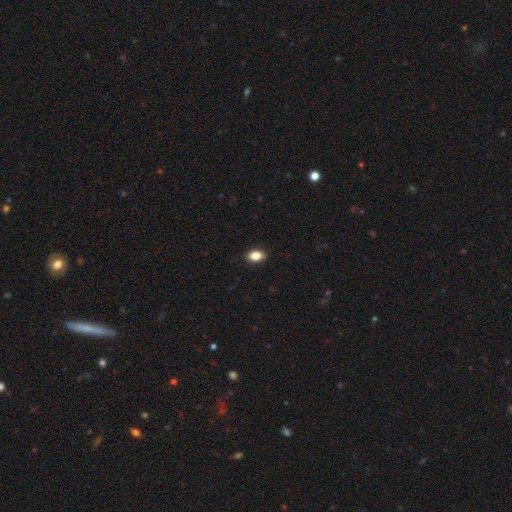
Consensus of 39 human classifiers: Overall: smooth (95%). How rounded: in between (86%). Merging: none (87%).